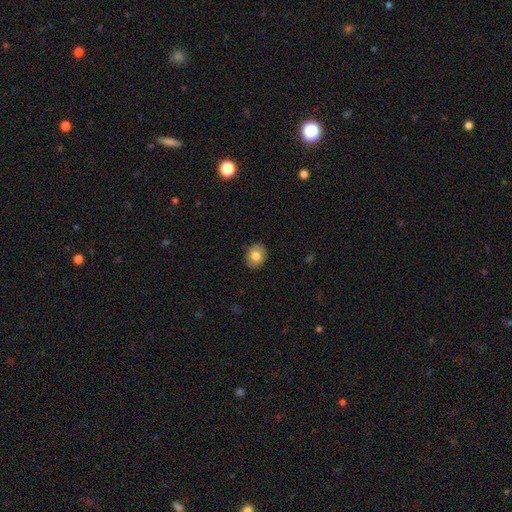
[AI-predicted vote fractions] Morphology: type=smooth (79%); roundness=round (58%); merging=none (89%).